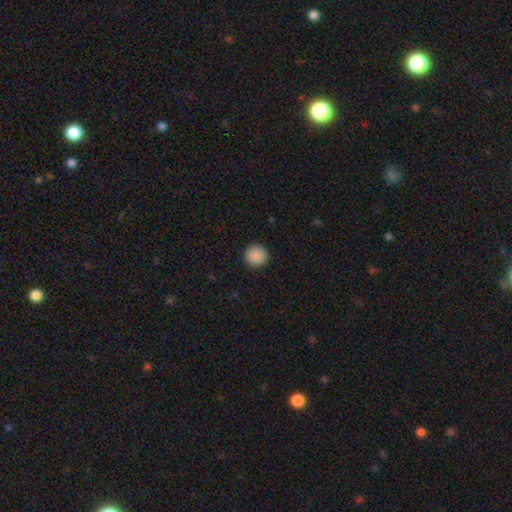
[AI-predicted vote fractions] The model was most divided on "smooth or featured": smooth: 89%, star or artifact: 8%, featured or disk: 2%. More confident: how rounded — round (95%); merging — none (92%).